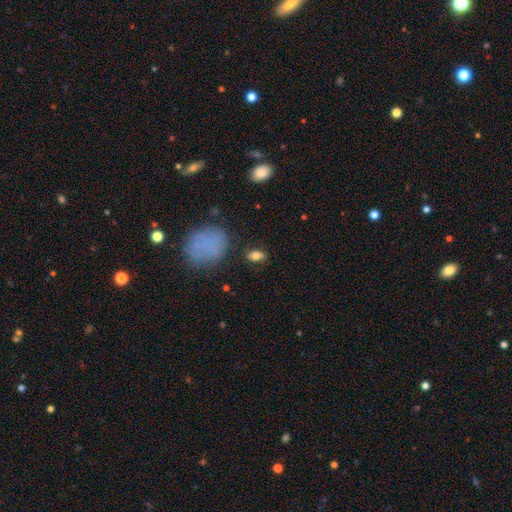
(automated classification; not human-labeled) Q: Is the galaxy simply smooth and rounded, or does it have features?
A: smooth — 76%.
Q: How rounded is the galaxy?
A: in between — 83%.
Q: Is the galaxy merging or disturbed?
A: none — 80%.